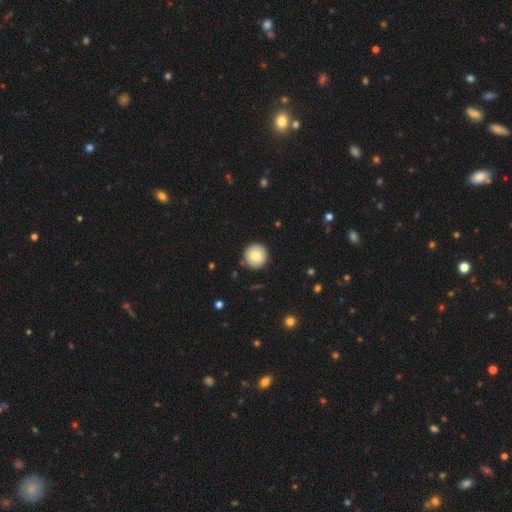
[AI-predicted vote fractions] This is likely a smooth galaxy (78%). How rounded: clearly round (96%). Merging: clearly none (90%).